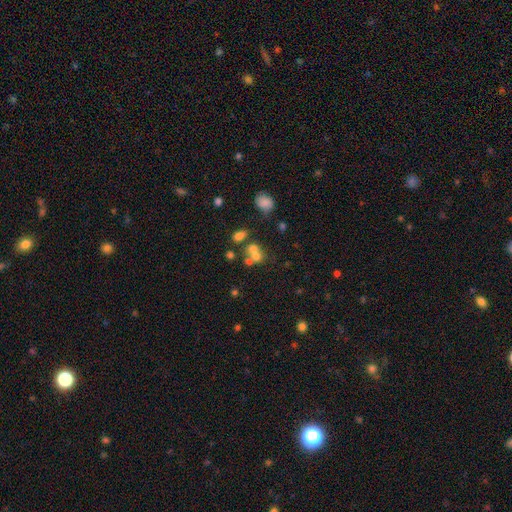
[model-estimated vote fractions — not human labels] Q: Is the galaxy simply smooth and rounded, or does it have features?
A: smooth — 61%.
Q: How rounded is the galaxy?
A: round — 66%.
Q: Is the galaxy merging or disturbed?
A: merger — 52%.